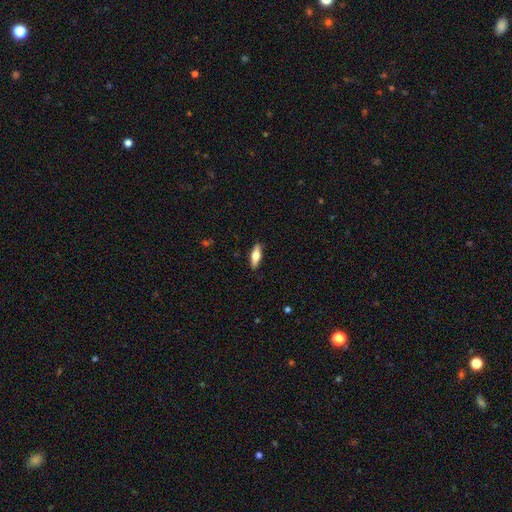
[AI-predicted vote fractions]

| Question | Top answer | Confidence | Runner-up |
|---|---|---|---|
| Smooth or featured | smooth | 61% | featured or disk (33%) |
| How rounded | in between | 56% | cigar-shaped (42%) |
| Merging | none | 89% | minor disturbance (8%) |